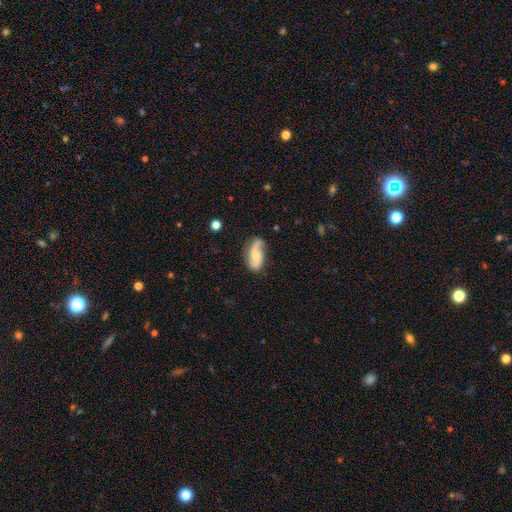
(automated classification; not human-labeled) Smooth or featured: featured or disk — 66% (smooth — 27%)
Edge-on disk: no — 95% (yes — 5%)
Bar: no — 64% (weak — 29%)
Spiral arms: yes — 91% (no — 9%)
Spiral winding: loose — 52% (medium — 33%)
Spiral arm count: 2 — 82% (1 — 8%)
Bulge size: moderate — 47% (small — 46%)
Merging: none — 69% (minor disturbance — 23%)